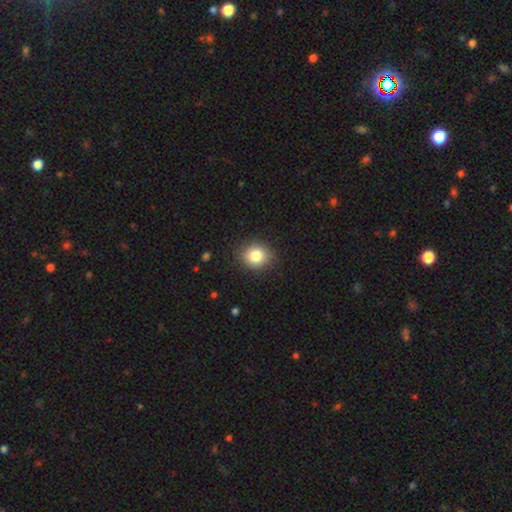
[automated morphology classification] Smooth or featured: smooth — 82% (star or artifact — 10%)
How rounded: round — 75% (in between — 24%)
Merging: none — 88% (minor disturbance — 8%)